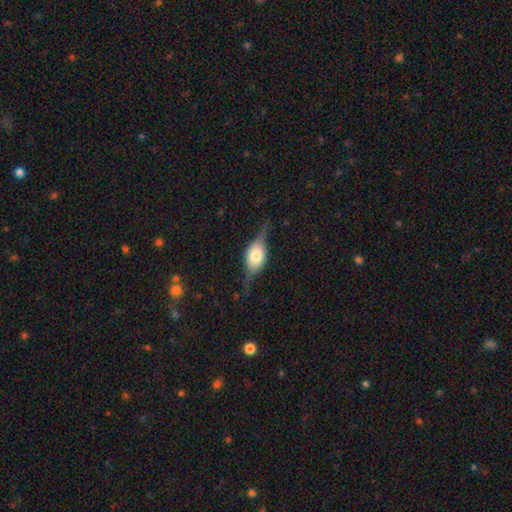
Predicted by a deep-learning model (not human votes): smooth-or-featured: featured or disk: 66% | smooth: 27% | star or artifact: 7%
  disk-edge-on: yes: 92% | no: 8%
    edge-on-bulge: rounded: 89% | boxy: 10% | none: 1%
  merging: none: 67% | minor disturbance: 21% | major disturbance: 10% | merger: 1%